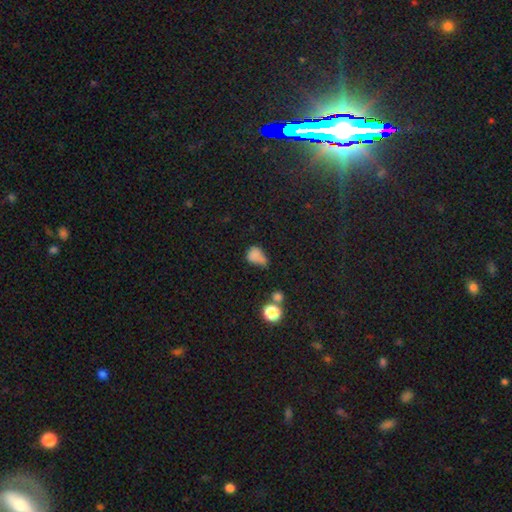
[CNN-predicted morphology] This appears to be a smooth galaxy with no disk features (74%) that is in between round and cigar-shaped (65%). Merging: minor disturbance (34%).